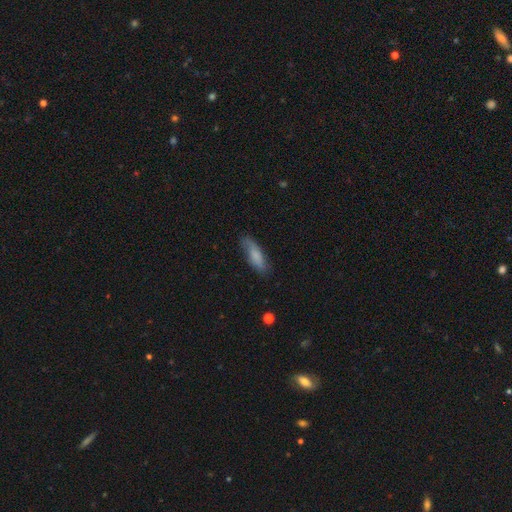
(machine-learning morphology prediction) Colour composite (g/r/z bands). It shows a smooth galaxy with no disk features (75%) that is in between round and cigar-shaped (50%). Merging: none (70%).